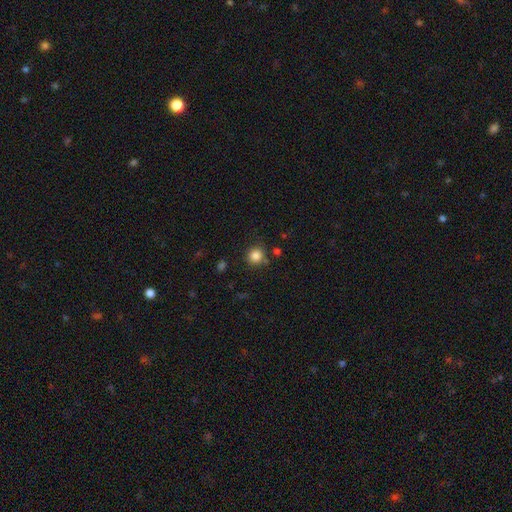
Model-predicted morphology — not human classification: The model was most divided on "merging": none: 82%, minor disturbance: 9%, merger: 5%, major disturbance: 3%. More confident: how rounded — round (92%); smooth or featured — smooth (84%).